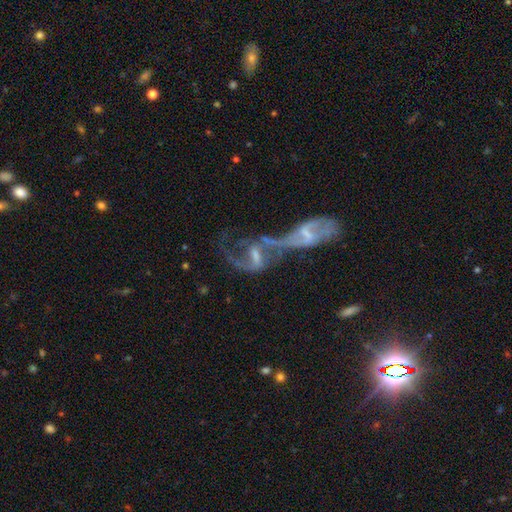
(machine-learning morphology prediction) Smooth or featured? featured or disk (77%)
Edge-on disk? no (93%)
Bar? weak (43%)
Spiral arms? yes (78%)
Spiral winding? loose (55%)
Spiral arm count? 2 (68%)
Bulge size? small (36%)
Merging? merger (73%)